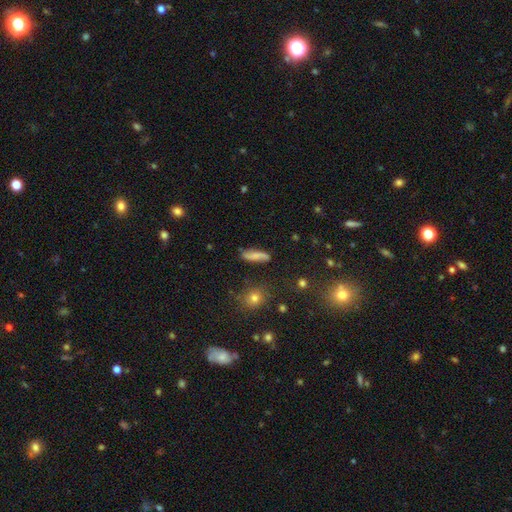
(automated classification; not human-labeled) Smooth or featured? Predicted: smooth (p=0.59). How rounded? Predicted: cigar-shaped (p=0.56). Merging? Predicted: none (p=0.72).